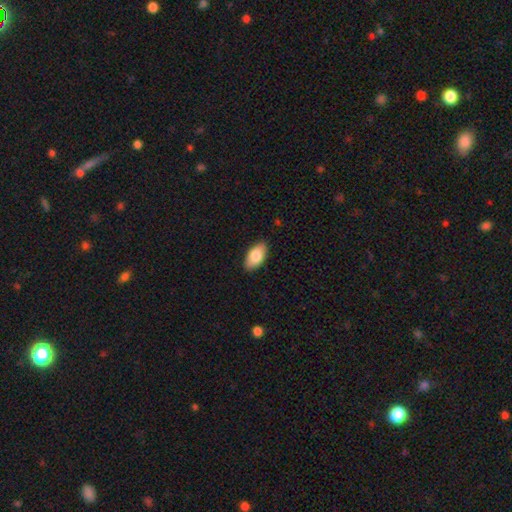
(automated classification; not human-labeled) This appears to be a smooth galaxy with no disk features (82%) that is in between round and cigar-shaped (94%). Merging: none (87%).